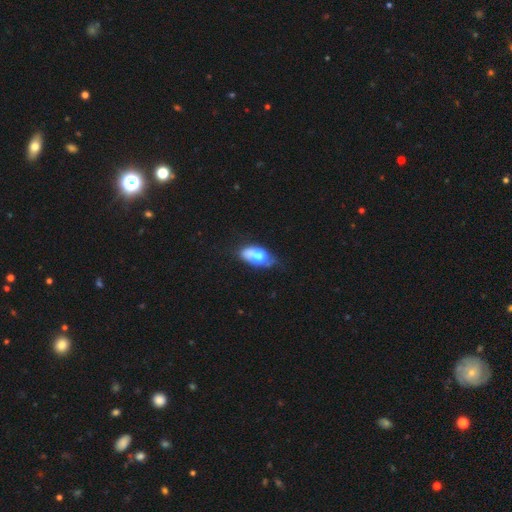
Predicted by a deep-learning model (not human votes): smooth_or_featured: smooth (p=0.66) [alt: featured or disk p=0.25]
how_rounded: in between (p=0.86) [alt: cigar-shaped p=0.08]
merging: none (p=0.33) [tied with: minor disturbance p=0.33]